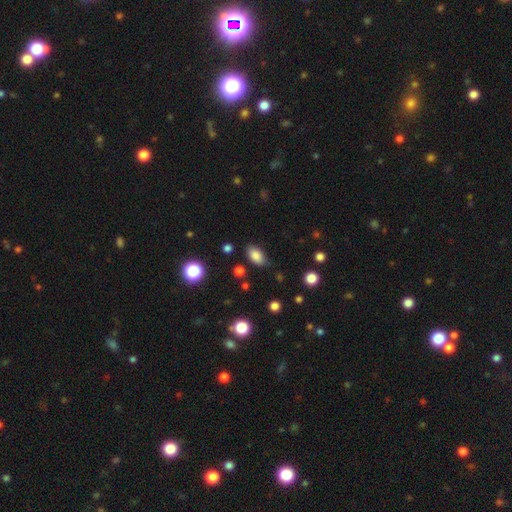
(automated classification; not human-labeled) This appears to be a smooth galaxy with no disk features (84%) that is in between round and cigar-shaped (91%). Merging: none (79%).